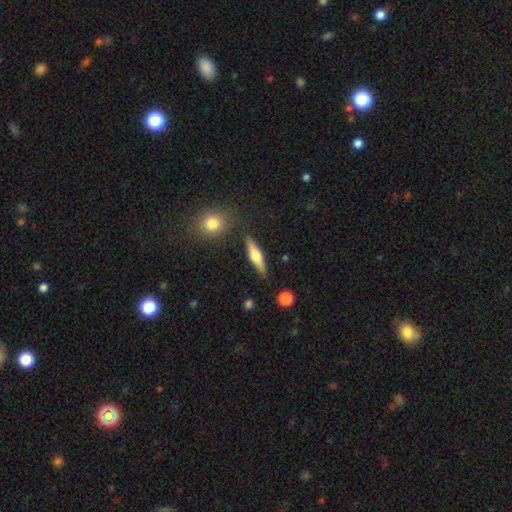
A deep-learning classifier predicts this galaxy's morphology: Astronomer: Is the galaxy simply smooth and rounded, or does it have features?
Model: featured or disk — 59% (runner-up: smooth, 35%).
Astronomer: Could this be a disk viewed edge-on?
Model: yes — 95%.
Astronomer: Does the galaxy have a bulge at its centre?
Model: rounded — 92%.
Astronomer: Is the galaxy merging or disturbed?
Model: none — 86%.